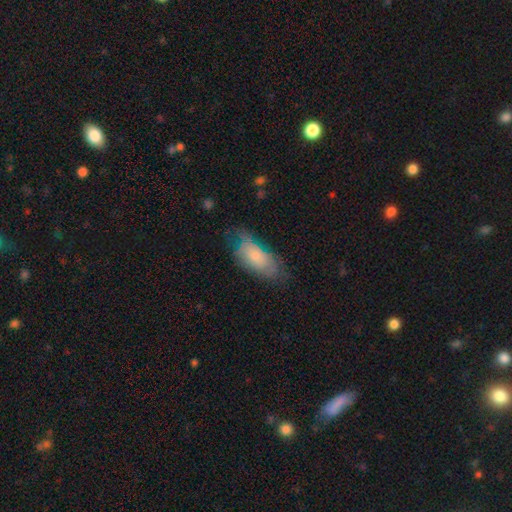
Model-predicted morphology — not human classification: This appears to be a smooth galaxy with no disk features (64%) that is in between round and cigar-shaped (88%). Merging: none (51%).